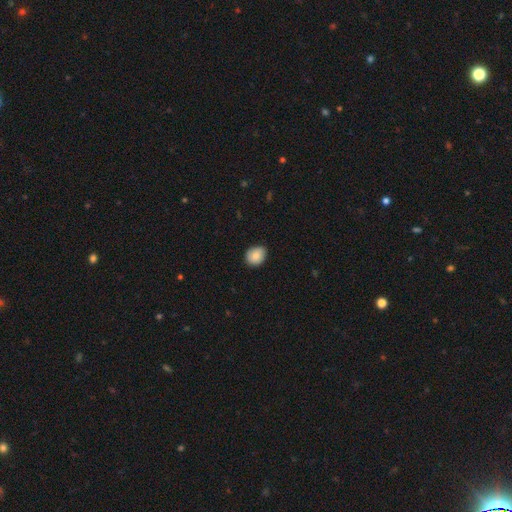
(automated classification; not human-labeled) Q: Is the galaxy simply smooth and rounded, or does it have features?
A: smooth — 82%.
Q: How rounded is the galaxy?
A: round — 52%.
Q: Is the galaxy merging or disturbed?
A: none — 81%.